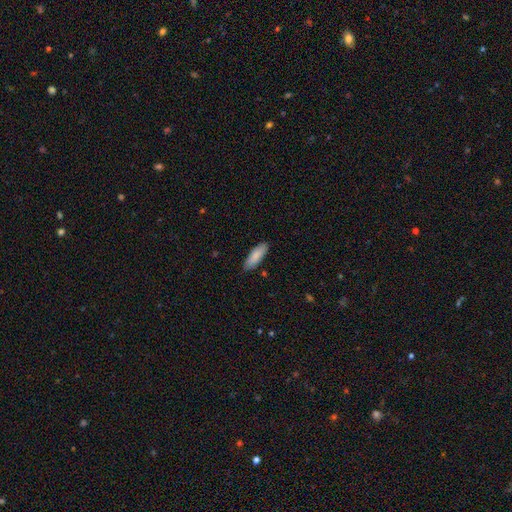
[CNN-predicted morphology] This is clearly a smooth galaxy (87%). How rounded: possibly in between (58%). Merging: clearly none (86%).